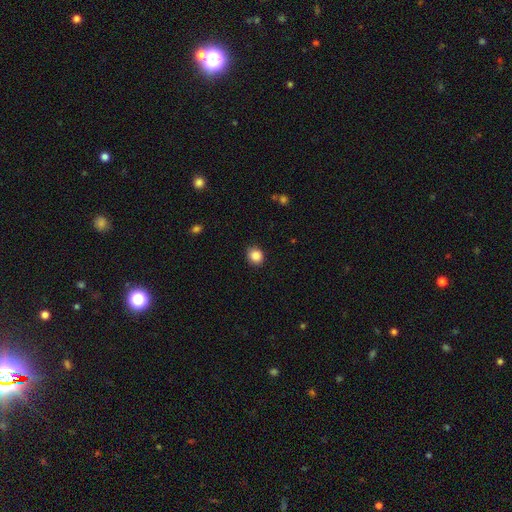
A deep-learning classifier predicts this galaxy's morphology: smooth-or-featured: smooth: 88% | star or artifact: 9% | featured or disk: 3%
  how-rounded: round: 77% | in between: 22% | cigar-shaped: 1%
  merging: none: 88% | minor disturbance: 9% | major disturbance: 2% | merger: 1%